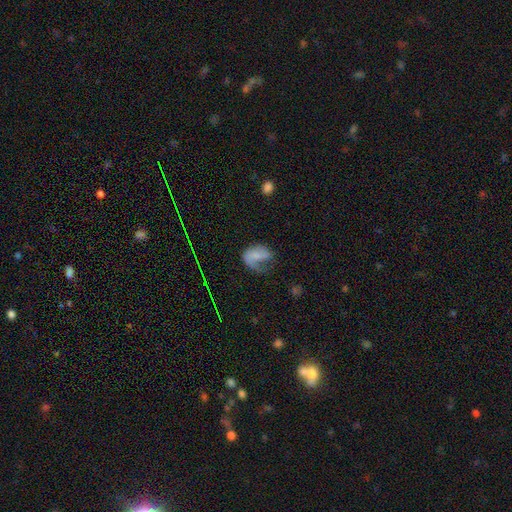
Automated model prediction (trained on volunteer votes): Smooth or featured: featured or disk — 46% (smooth — 43%)
Merging: major disturbance — 42% (none — 31%)